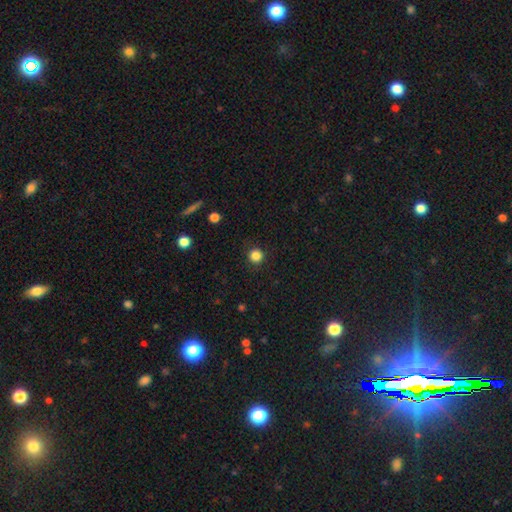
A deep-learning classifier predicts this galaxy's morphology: A smooth galaxy with no disk features (85%) that is round (95%).

Vote fractions:
- Smooth or featured? smooth: 85% / star or artifact: 12% / featured or disk: 3%
- How rounded? round: 95% / in between: 4% / cigar-shaped: 1%
- Merging? none: 90% / minor disturbance: 7% / major disturbance: 2% / merger: 1%